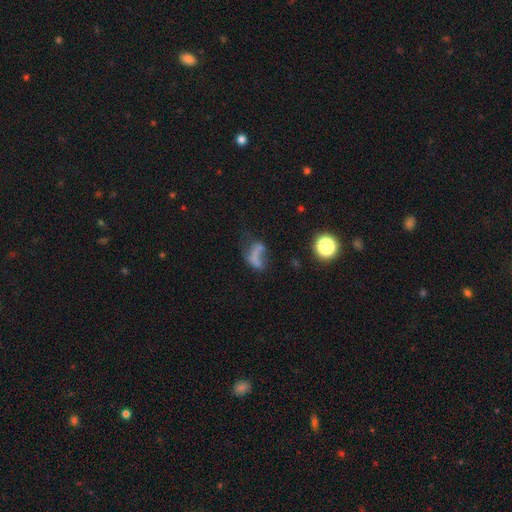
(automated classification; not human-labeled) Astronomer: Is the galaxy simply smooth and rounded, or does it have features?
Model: smooth — 45% (runner-up: featured or disk, 35%).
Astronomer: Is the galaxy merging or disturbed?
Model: major disturbance — 44% (runner-up: none, 26%).